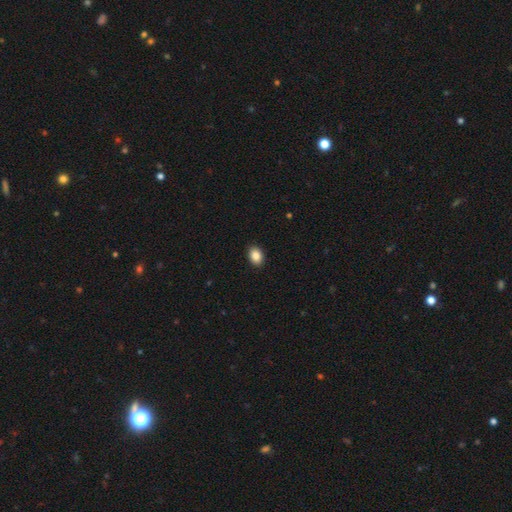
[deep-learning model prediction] This is clearly a smooth galaxy (88%). How rounded: likely in between (74%). Merging: clearly none (91%).